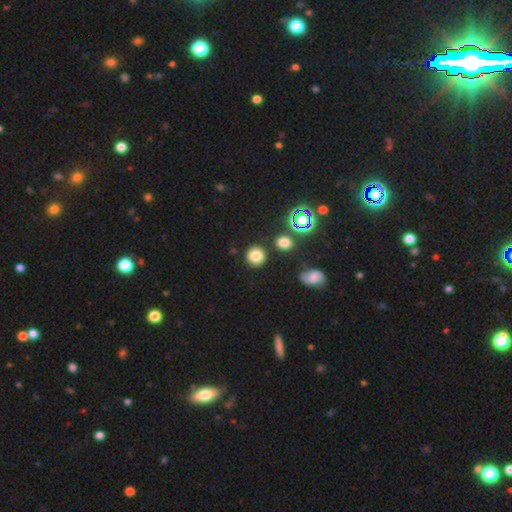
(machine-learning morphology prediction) This appears to be a smooth galaxy with no disk features (78%) that is round (90%). Merging: none (85%).